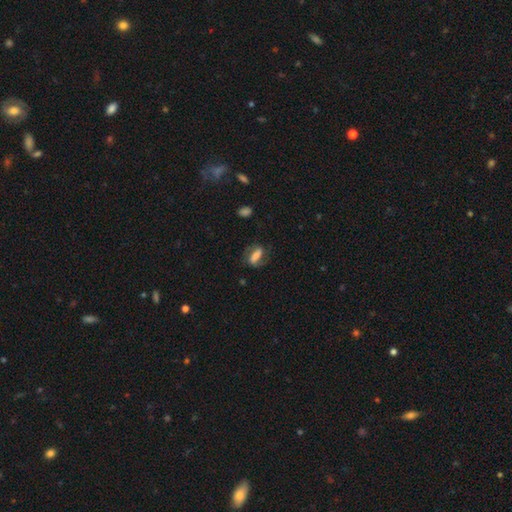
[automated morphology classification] Smooth or featured? featured or disk (49%)
Merging? none (68%)